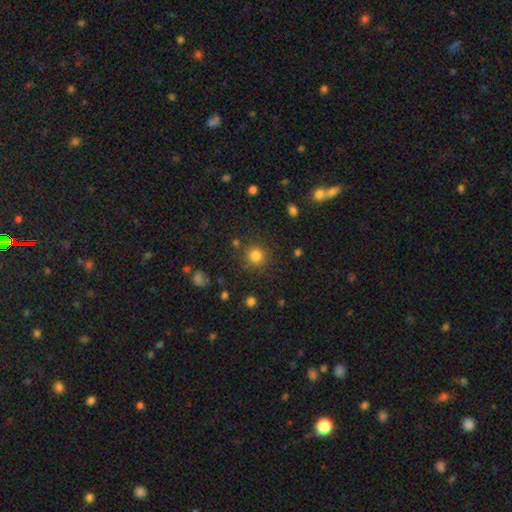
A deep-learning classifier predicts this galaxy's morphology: A smooth galaxy with no disk features (82%) that is round (94%).

Vote fractions:
- Smooth or featured? smooth: 82% / star or artifact: 13% / featured or disk: 5%
- How rounded? round: 94% / in between: 5% / cigar-shaped: 1%
- Merging? none: 85% / minor disturbance: 8% / major disturbance: 3% / merger: 3%